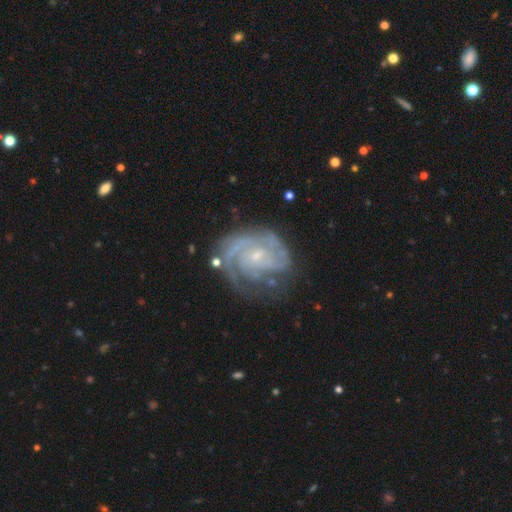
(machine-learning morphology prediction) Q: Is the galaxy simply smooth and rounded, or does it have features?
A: featured or disk — 88%.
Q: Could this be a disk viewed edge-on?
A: no — 98%.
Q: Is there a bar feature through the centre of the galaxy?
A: no — 65%.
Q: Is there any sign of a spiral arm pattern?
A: yes — 96%.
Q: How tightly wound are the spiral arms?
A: tight — 66%.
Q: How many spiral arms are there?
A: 2 — 30%.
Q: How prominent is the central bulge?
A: small — 77%.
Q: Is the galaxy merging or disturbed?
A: none — 62%.